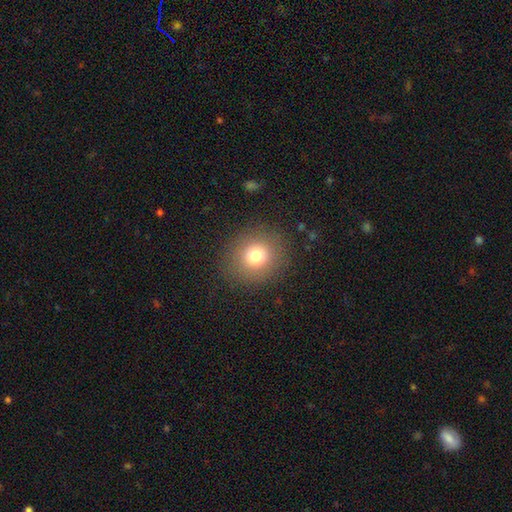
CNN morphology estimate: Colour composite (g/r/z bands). It shows a smooth galaxy with no disk features (77%) that is round (83%). Merging: none (88%).